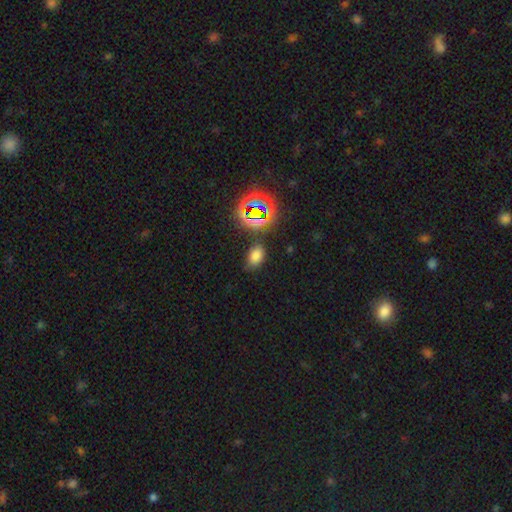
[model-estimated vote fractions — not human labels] The model was most divided on "smooth or featured": smooth: 70%, star or artifact: 22%, featured or disk: 8%. More confident: how rounded — in between (83%); merging — none (75%).